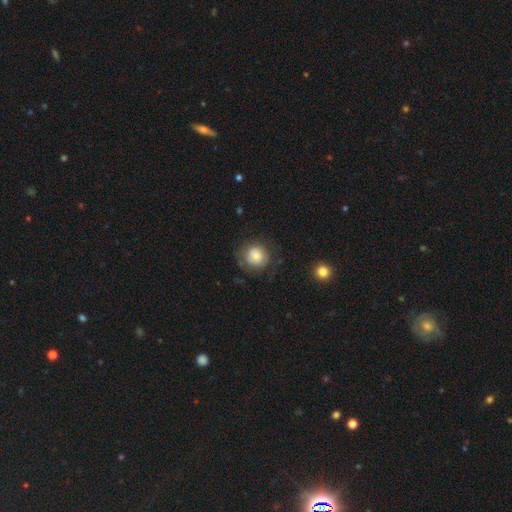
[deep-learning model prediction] A smooth galaxy with no disk features (76%) that is round (90%). Merging: none (72%).